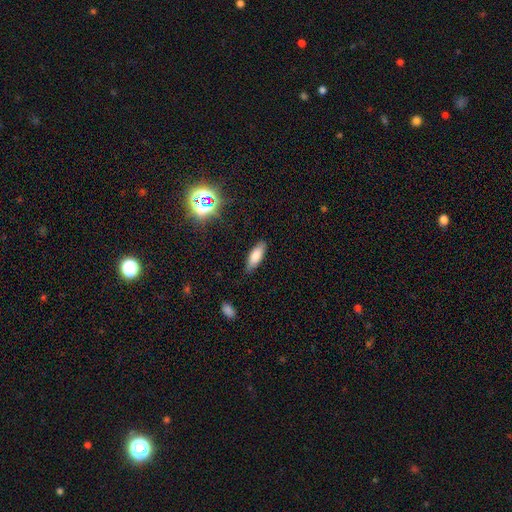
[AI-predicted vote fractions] Morphology: type=smooth (78%); roundness=in between (64%); merging=none (82%).